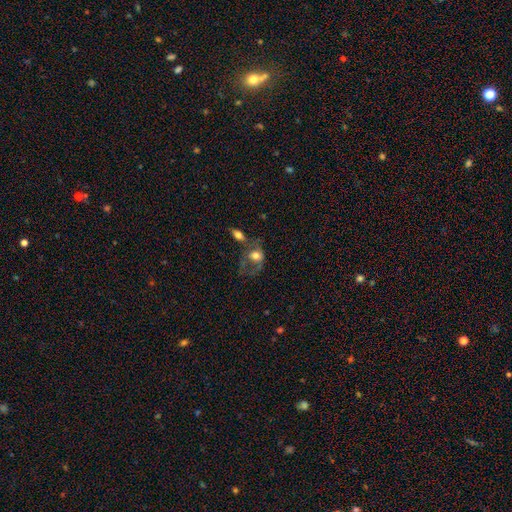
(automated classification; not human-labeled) Morphology: type=smooth (59%); roundness=in between (56%); merging=major disturbance (31%).